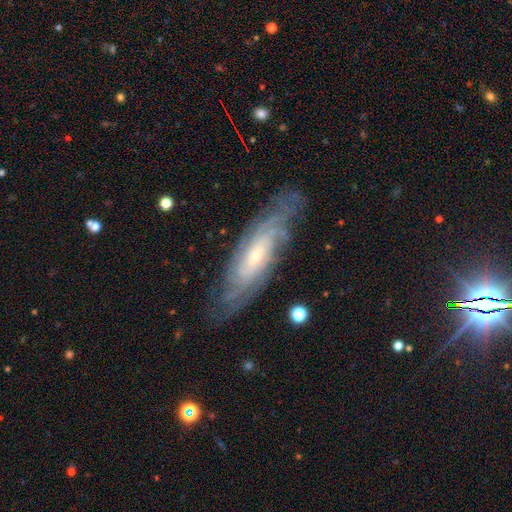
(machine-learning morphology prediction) A featured or disk galaxy (83%) with no bar (63%), tight (73%) spiral arms (96%) and a small central bulge (70%). Merging: none (78%).